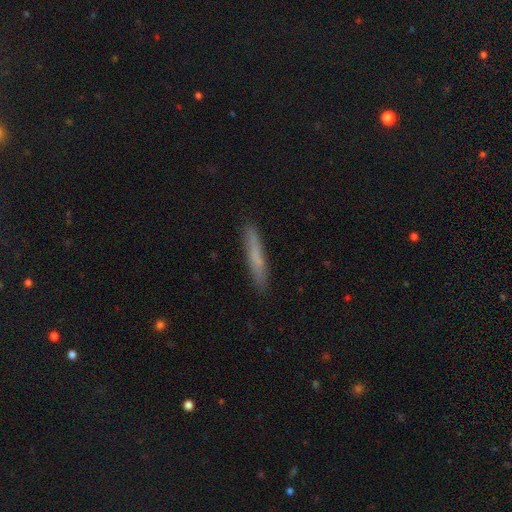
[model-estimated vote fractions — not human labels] Morphology: type=smooth (69%); roundness=cigar-shaped (95%); merging=none (89%).